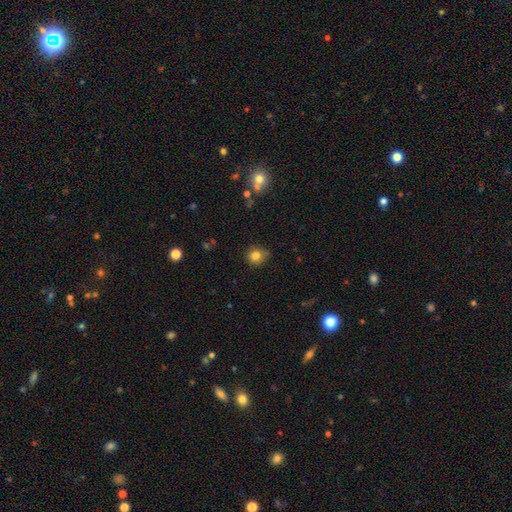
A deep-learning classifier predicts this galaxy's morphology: Smooth or featured: smooth — 82% (star or artifact — 12%)
How rounded: round — 84% (in between — 15%)
Merging: none — 78% (minor disturbance — 17%)